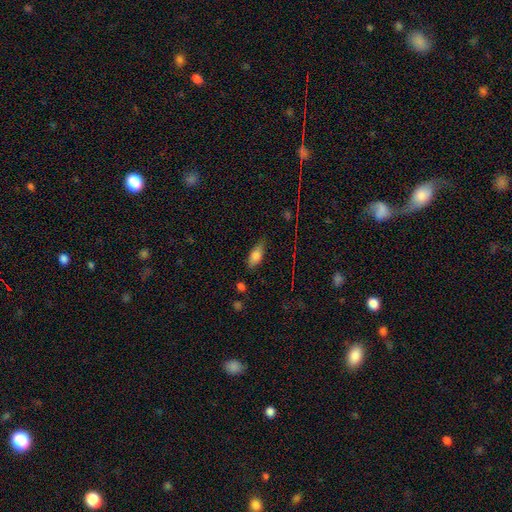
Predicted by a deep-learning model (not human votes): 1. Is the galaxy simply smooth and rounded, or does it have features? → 77% smooth, 13% featured or disk, 10% star or artifact.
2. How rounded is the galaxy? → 81% in between, 15% cigar-shaped, 3% round.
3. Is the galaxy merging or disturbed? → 75% none, 19% minor disturbance, 4% major disturbance, 2% merger.